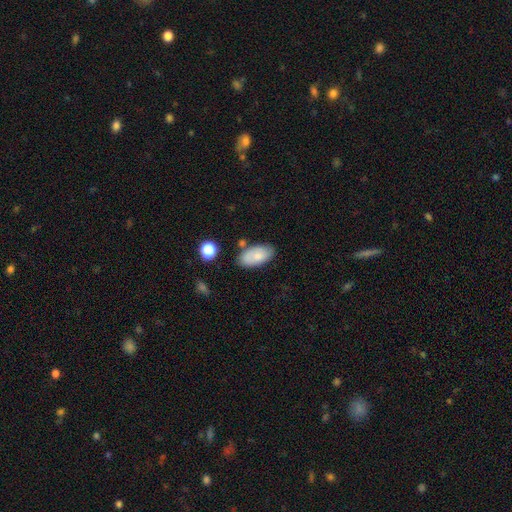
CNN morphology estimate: This appears to be a smooth galaxy with no disk features (76%) that is in between round and cigar-shaped (94%). Merging: none (70%).